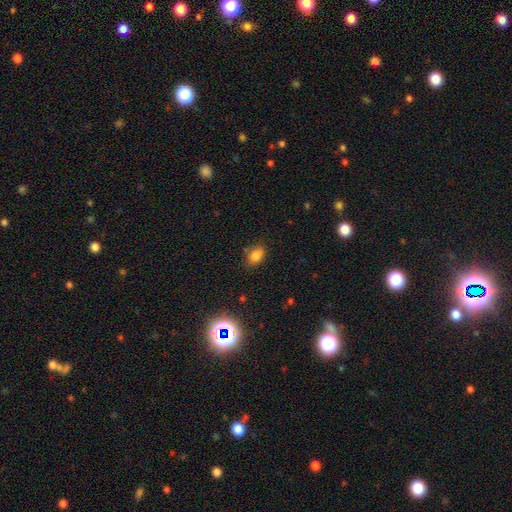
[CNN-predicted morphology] smooth_or_featured: smooth (p=0.78) [alt: star or artifact p=0.15]
how_rounded: in between (p=0.66) [alt: round p=0.33]
merging: none (p=0.72) [alt: minor disturbance p=0.20]